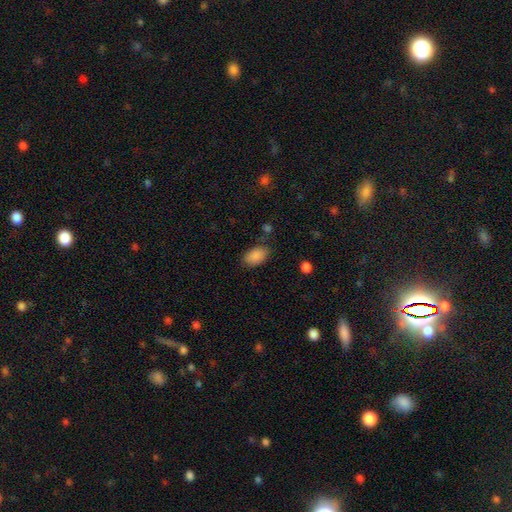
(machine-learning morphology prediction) A smooth galaxy with no disk features (88%) that is in between round and cigar-shaped (91%). Merging: none (77%).